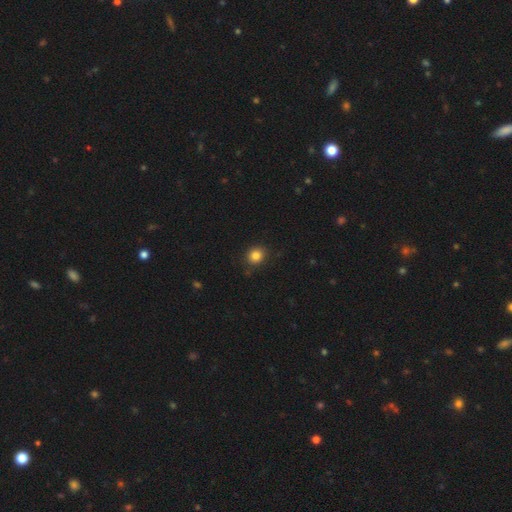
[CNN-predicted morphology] This appears to be a smooth galaxy with no disk features (83%) that is round (74%). Merging: none (87%).